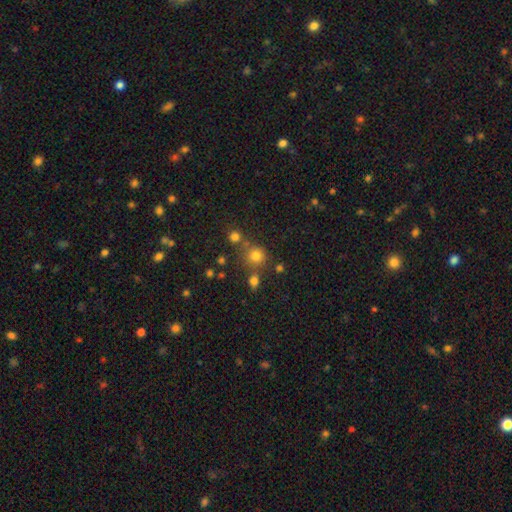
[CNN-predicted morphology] This is likely a smooth galaxy (76%). How rounded: clearly round (88%). Merging: likely none (67%).